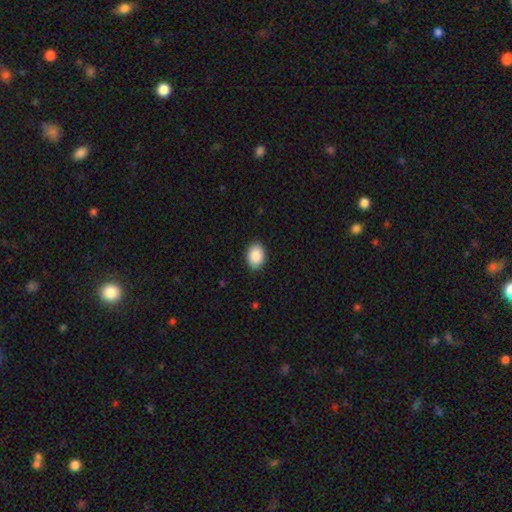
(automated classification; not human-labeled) Q: Smooth or featured?
A: smooth (89%); runner-up: star or artifact (7%)
Q: How rounded?
A: in between (80%); runner-up: round (19%)
Q: Merging?
A: none (89%); runner-up: minor disturbance (8%)